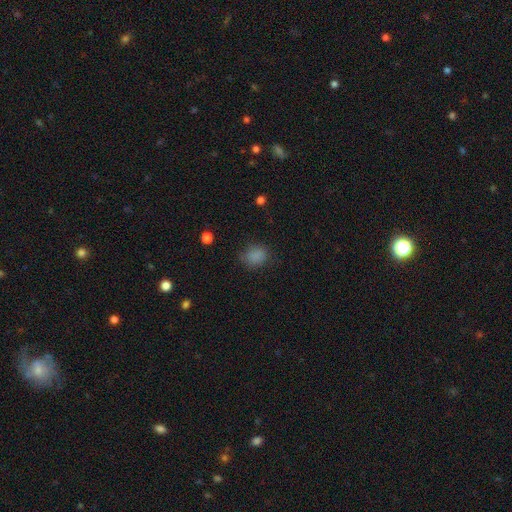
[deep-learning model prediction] A smooth galaxy with no disk features (83%) that is round (63%).

Vote fractions:
- Smooth or featured? smooth: 83% / star or artifact: 12% / featured or disk: 5%
- How rounded? round: 63% / in between: 36% / cigar-shaped: 1%
- Merging? none: 75% / minor disturbance: 18% / major disturbance: 6% / merger: 1%